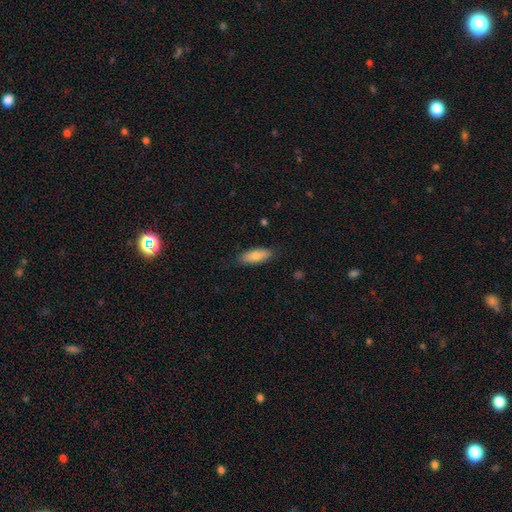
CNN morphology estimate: This is clearly a smooth galaxy (80%). How rounded: likely in between (75%). Merging: clearly none (84%).